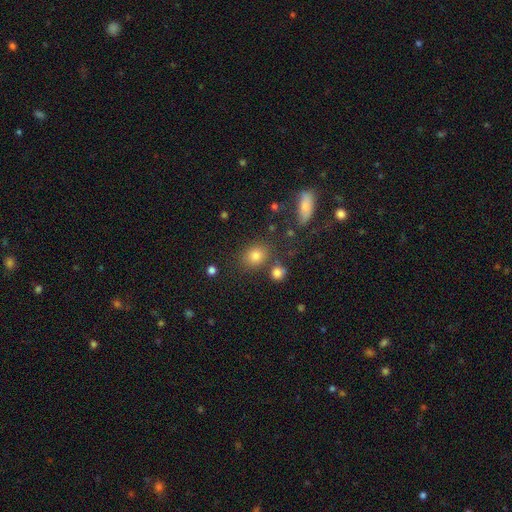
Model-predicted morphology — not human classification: Smooth or featured: smooth — 78% (star or artifact — 14%)
How rounded: round — 57% (in between — 41%)
Merging: none — 74% (minor disturbance — 11%)